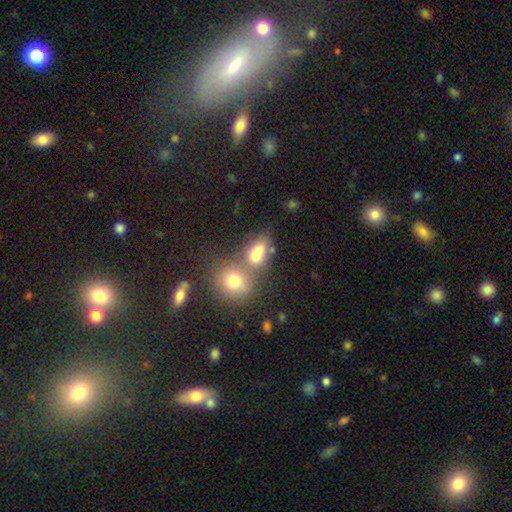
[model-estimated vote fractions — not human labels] This appears to be a smooth galaxy with no disk features (70%) that is in between round and cigar-shaped (51%). Merging: merger (53%).